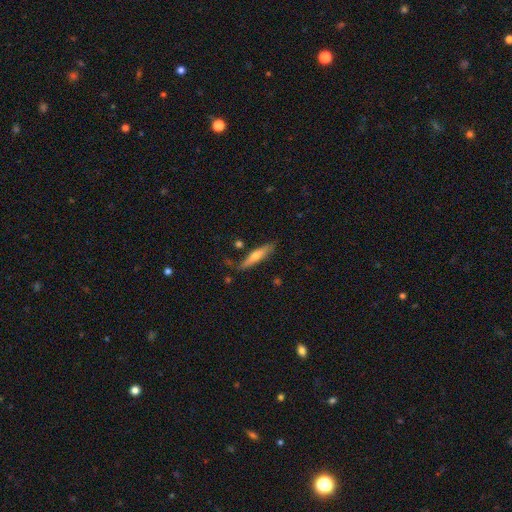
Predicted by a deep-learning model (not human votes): This is possibly a smooth galaxy (49%). Merging: likely none (77%).